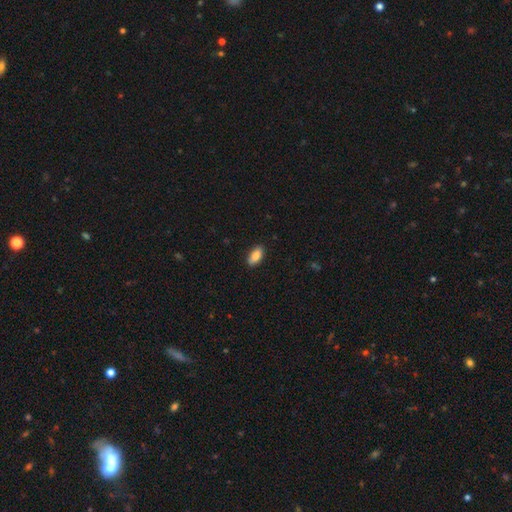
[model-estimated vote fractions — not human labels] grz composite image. It shows a smooth galaxy with no disk features (87%) that is in between round and cigar-shaped (89%). Merging: none (89%).